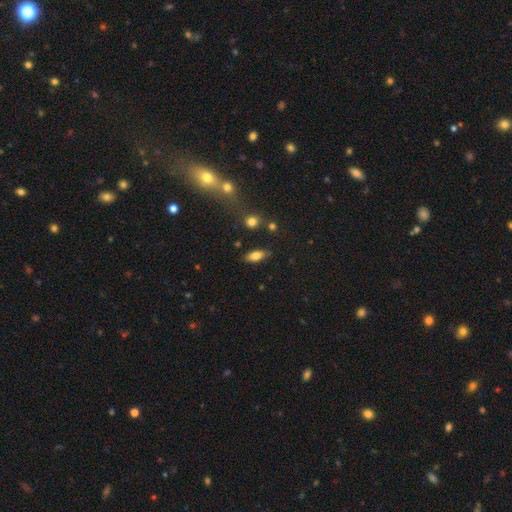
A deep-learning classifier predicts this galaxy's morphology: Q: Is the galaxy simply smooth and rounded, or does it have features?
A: smooth — 78%.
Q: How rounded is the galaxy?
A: in between — 83%.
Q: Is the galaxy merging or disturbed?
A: none — 82%.